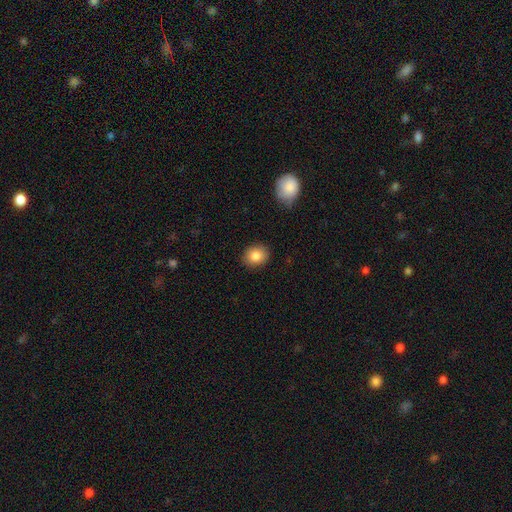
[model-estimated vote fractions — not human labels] A smooth galaxy with no disk features (83%) that is round (61%).

Vote fractions:
- Smooth or featured? smooth: 83% / star or artifact: 9% / featured or disk: 8%
- How rounded? round: 61% / in between: 38% / cigar-shaped: 1%
- Merging? none: 89% / minor disturbance: 8% / major disturbance: 2% / merger: 1%